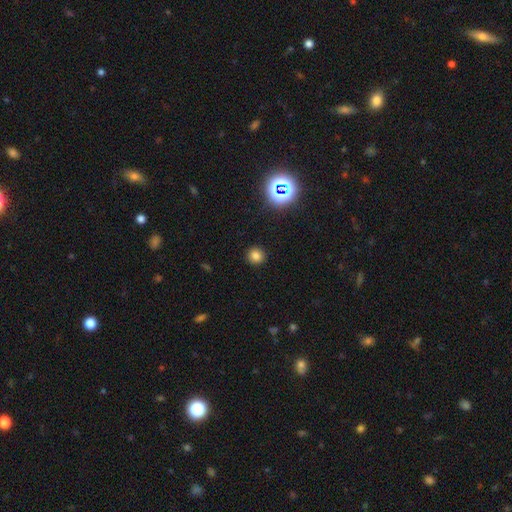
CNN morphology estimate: Smooth or featured?
  - smooth: 78% *
  - star or artifact: 17%
  - featured or disk: 5%
How rounded?
  - round: 92% *
  - in between: 7%
  - cigar-shaped: 1%
Merging?
  - none: 92% *
  - minor disturbance: 5%
  - major disturbance: 2%
  - merger: 1%